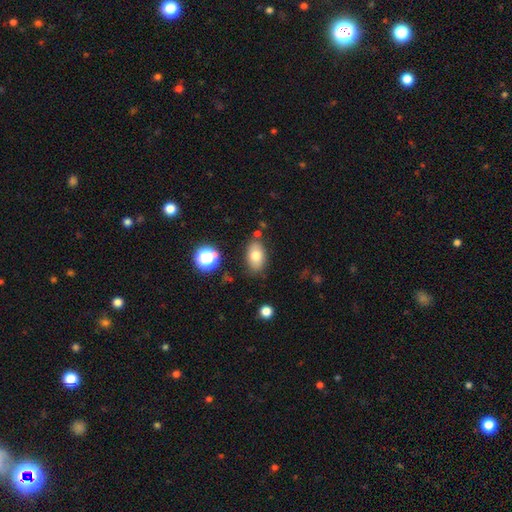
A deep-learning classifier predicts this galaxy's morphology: smooth-or-featured: smooth: 76% | featured or disk: 15% | star or artifact: 10%
  how-rounded: in between: 87% | round: 11% | cigar-shaped: 2%
  merging: none: 79% | minor disturbance: 14% | merger: 4% | major disturbance: 3%